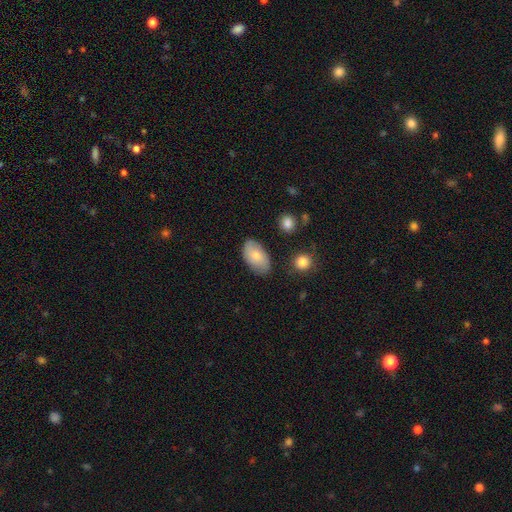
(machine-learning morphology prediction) Q: Smooth or featured?
A: smooth (74%); runner-up: featured or disk (19%)
Q: How rounded?
A: in between (93%); runner-up: round (5%)
Q: Merging?
A: none (78%); runner-up: minor disturbance (16%)